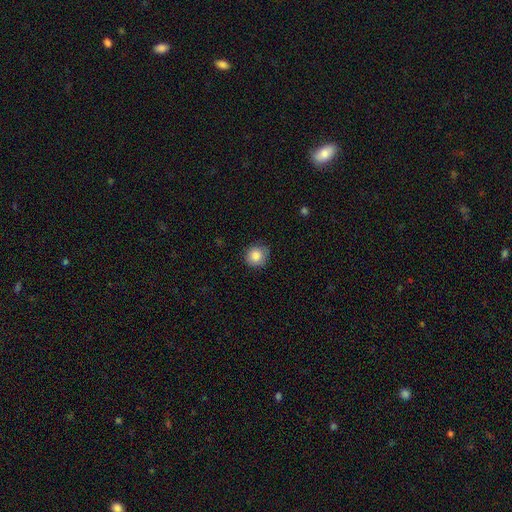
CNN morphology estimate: This appears to be a smooth galaxy with no disk features (85%) that is round (92%). Merging: none (84%).